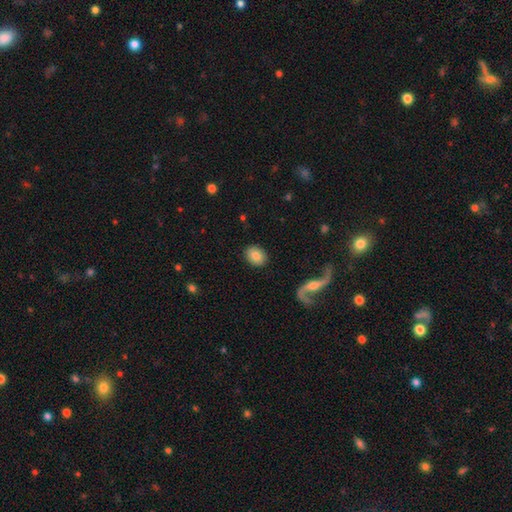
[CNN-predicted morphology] type=smooth (79%); roundness=in between (50%); merging=none (89%).